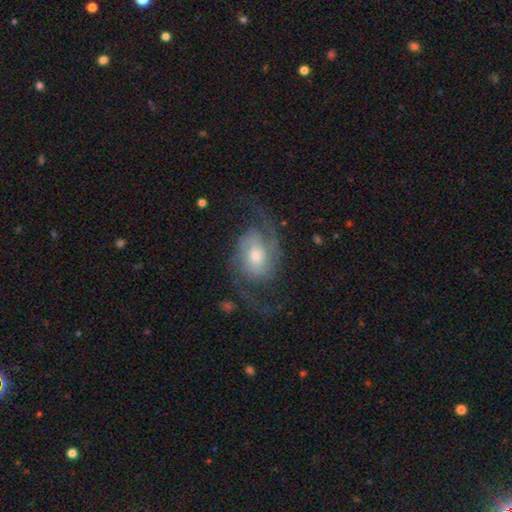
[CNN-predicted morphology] Overall: featured or disk (88%). Edge-on disk: no (97%). Bar: no (54%; weak 35%). Spiral arms: yes (97%). Spiral arm count: 2 (89%). Spiral winding: medium (51%; loose 33%). Bulge size: moderate (55%; small 31%). Merging: none (70%).